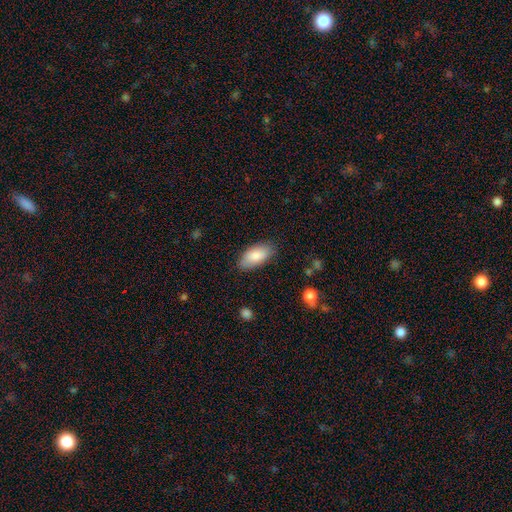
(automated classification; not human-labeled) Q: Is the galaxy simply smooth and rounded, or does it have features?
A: smooth — 84%.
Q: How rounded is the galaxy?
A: in between — 92%.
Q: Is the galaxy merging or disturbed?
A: none — 82%.